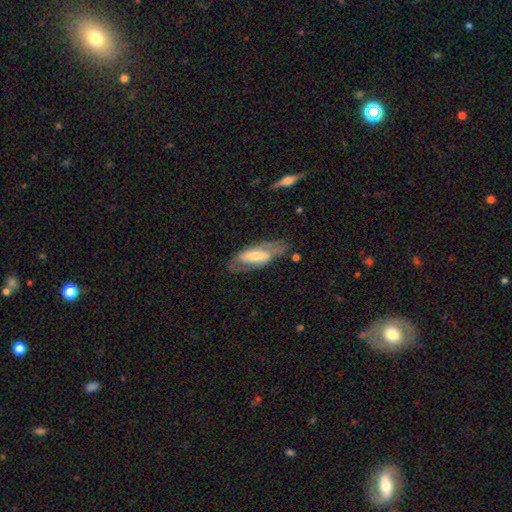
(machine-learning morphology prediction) featured or disk 61%, smooth 33%, star or artifact 6%. Down the decision tree: edge-on disk — no (81%); merging — none (68%).